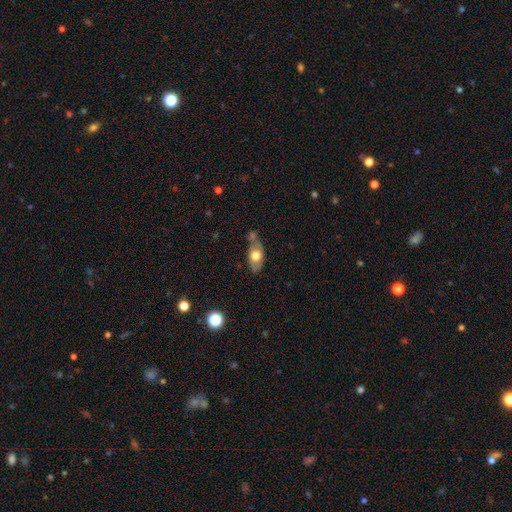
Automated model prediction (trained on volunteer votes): Smooth or featured: smooth — 64% (featured or disk — 29%)
How rounded: in between — 84% (round — 9%)
Merging: none — 50% (minor disturbance — 24%)